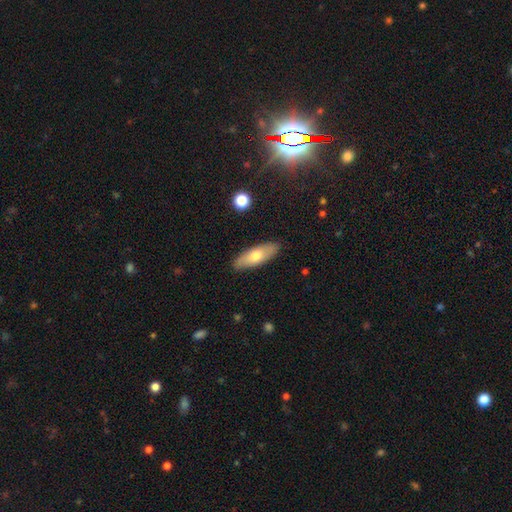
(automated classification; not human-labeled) A smooth galaxy with no disk features (67%) that is in between round and cigar-shaped (66%).

Vote fractions:
- Smooth or featured? smooth: 67% / featured or disk: 27% / star or artifact: 6%
- How rounded? in between: 66% / cigar-shaped: 31% / round: 2%
- Merging? none: 88% / minor disturbance: 9% / major disturbance: 2% / merger: 1%